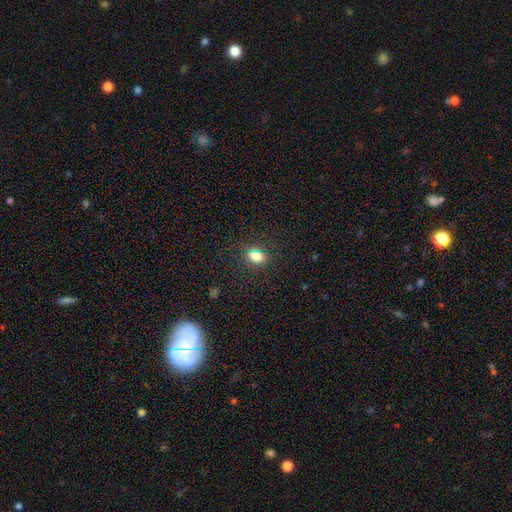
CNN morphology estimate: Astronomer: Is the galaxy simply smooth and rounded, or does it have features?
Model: smooth — 74%.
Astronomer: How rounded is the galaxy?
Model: in between — 55% (runner-up: round, 42%).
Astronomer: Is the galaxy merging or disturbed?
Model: none — 85%.